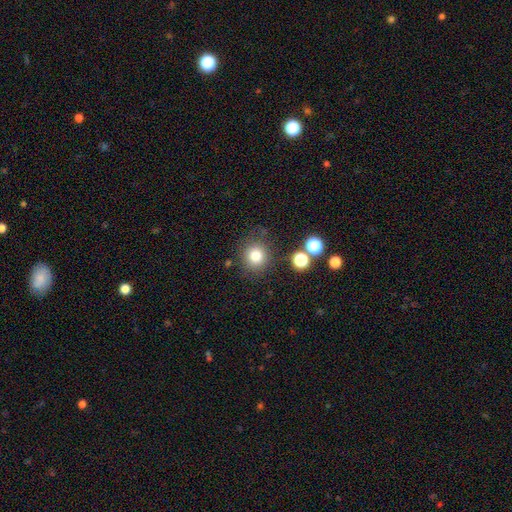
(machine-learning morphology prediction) This appears to be a smooth galaxy with no disk features (80%) that is round (90%). Merging: none (81%).